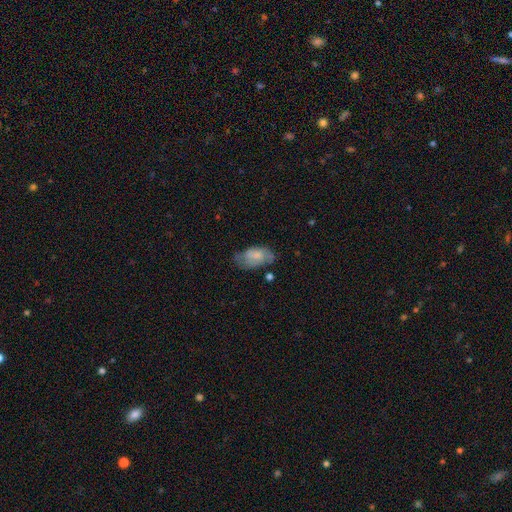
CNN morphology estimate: Q: Smooth or featured?
A: smooth (65%); runner-up: featured or disk (28%)
Q: How rounded?
A: in between (93%); runner-up: round (5%)
Q: Merging?
A: none (49%); runner-up: minor disturbance (34%)